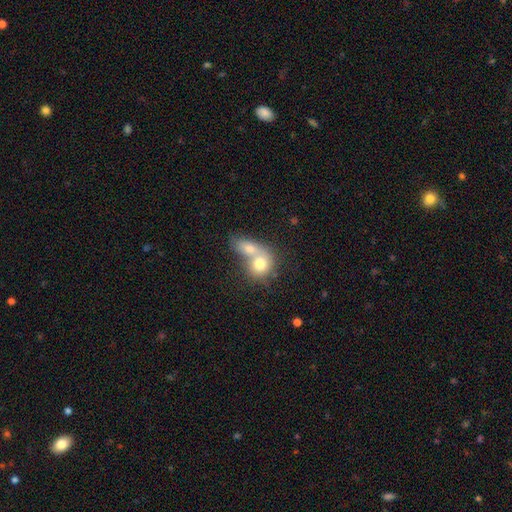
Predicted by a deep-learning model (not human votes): Overall: smooth (67%). How rounded: round (64%; in between 34%). Merging: merger (75%).